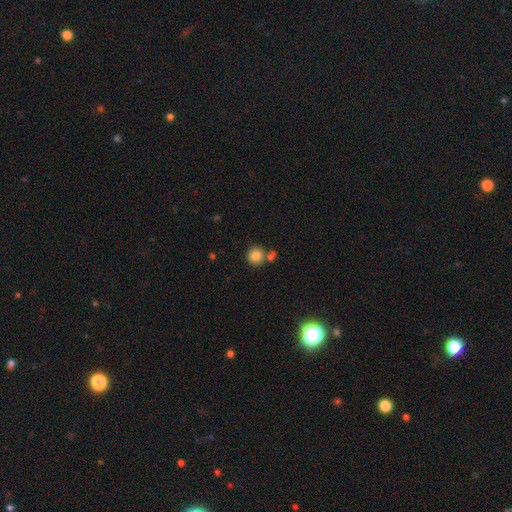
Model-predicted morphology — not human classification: Q: Smooth or featured?
A: smooth (85%); runner-up: star or artifact (10%)
Q: How rounded?
A: round (91%); runner-up: in between (8%)
Q: Merging?
A: none (68%); runner-up: merger (20%)